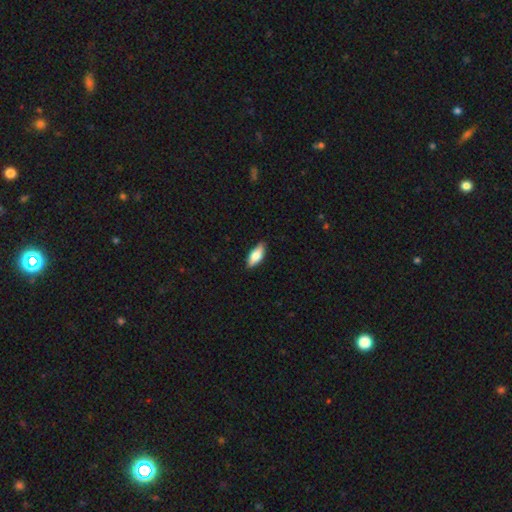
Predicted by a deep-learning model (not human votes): A smooth galaxy with no disk features (70%) that is in between round and cigar-shaped (77%).

Vote fractions:
- Smooth or featured? smooth: 70% / featured or disk: 24% / star or artifact: 6%
- How rounded? in between: 77% / cigar-shaped: 20% / round: 3%
- Merging? none: 85% / minor disturbance: 12% / major disturbance: 2% / merger: 1%